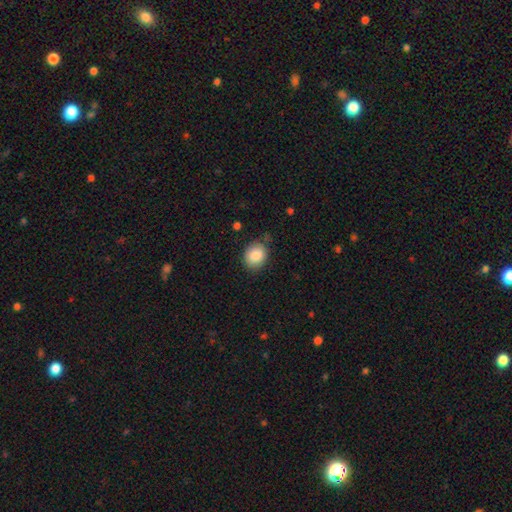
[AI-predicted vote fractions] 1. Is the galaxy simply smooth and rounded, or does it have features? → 87% smooth, 8% star or artifact, 5% featured or disk.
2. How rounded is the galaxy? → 52% round, 47% in between, 1% cigar-shaped.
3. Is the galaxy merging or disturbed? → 77% none, 17% minor disturbance, 4% major disturbance, 2% merger.